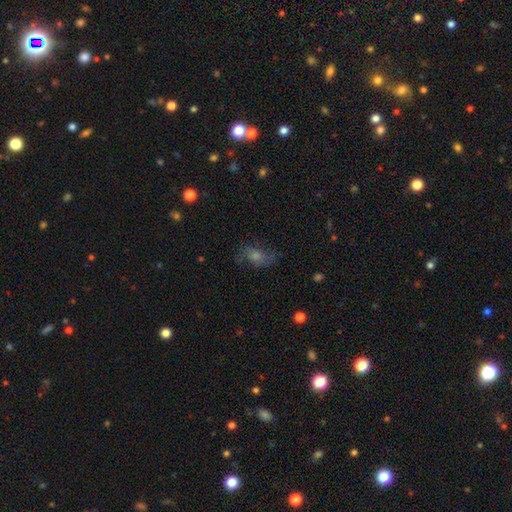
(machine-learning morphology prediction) Smooth or featured: featured or disk — 42% (smooth — 35%)
Merging: none — 66% (minor disturbance — 19%)